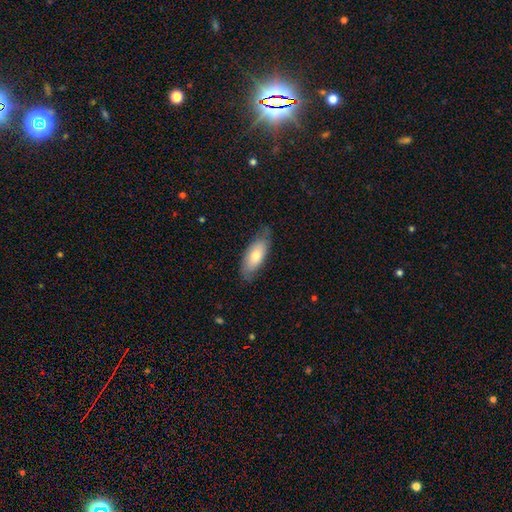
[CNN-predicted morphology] Overall: smooth (69%). How rounded: in between (78%). Merging: none (74%).